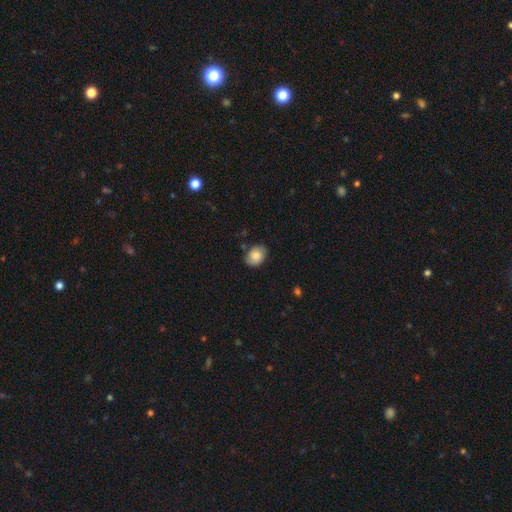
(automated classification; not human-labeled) Smooth or featured? smooth (83%)
How rounded? in between (65%)
Merging? none (78%)